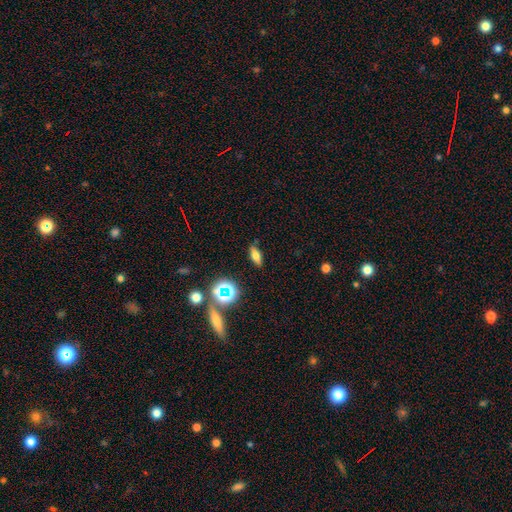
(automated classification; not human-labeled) Overall: smooth (61%; featured or disk 22%). How rounded: in between (62%; cigar-shaped 30%). Merging: none (85%).